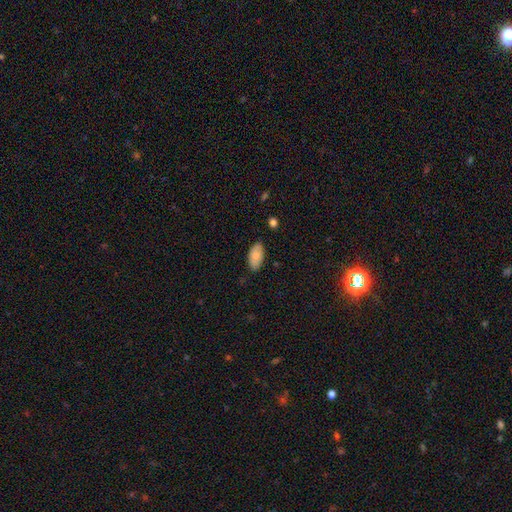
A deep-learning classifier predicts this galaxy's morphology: The model was most divided on "merging": none: 82%, minor disturbance: 15%, major disturbance: 2%, merger: 1%. More confident: how rounded — in between (94%); smooth or featured — smooth (82%).